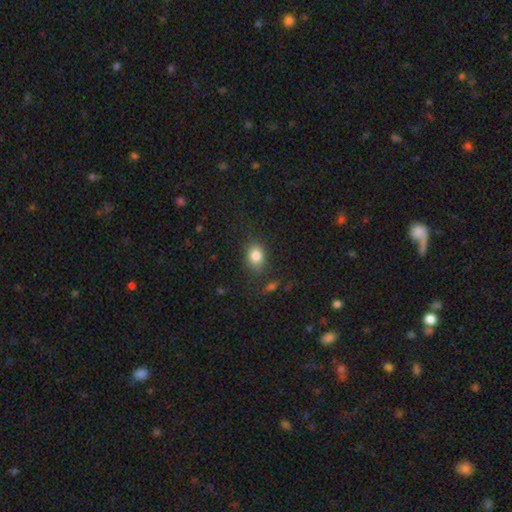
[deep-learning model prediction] Q: Smooth or featured?
A: smooth (83%); runner-up: star or artifact (10%)
Q: How rounded?
A: in between (63%); runner-up: round (36%)
Q: Merging?
A: none (79%); runner-up: minor disturbance (14%)